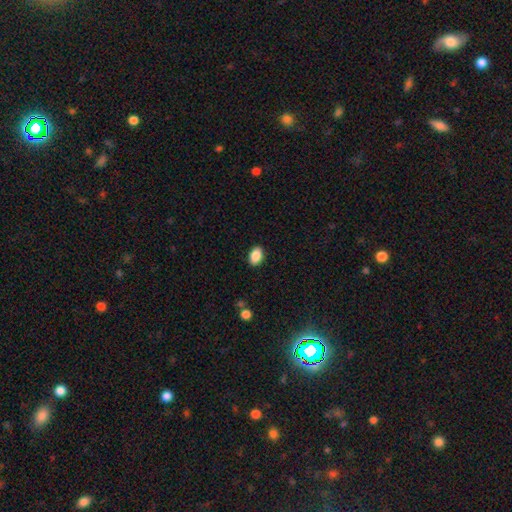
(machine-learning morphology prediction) Smooth or featured?
  - smooth: 88% *
  - star or artifact: 8%
  - featured or disk: 4%
How rounded?
  - in between: 86% *
  - round: 13%
  - cigar-shaped: 1%
Merging?
  - none: 89% *
  - minor disturbance: 8%
  - major disturbance: 2%
  - merger: 1%